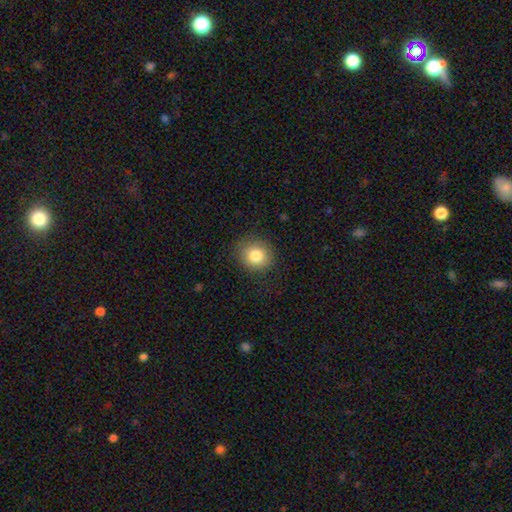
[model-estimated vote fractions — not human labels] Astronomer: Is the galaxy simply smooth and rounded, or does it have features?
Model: smooth — 82%.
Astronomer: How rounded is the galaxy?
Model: round — 84%.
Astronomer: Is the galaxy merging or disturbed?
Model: none — 86%.